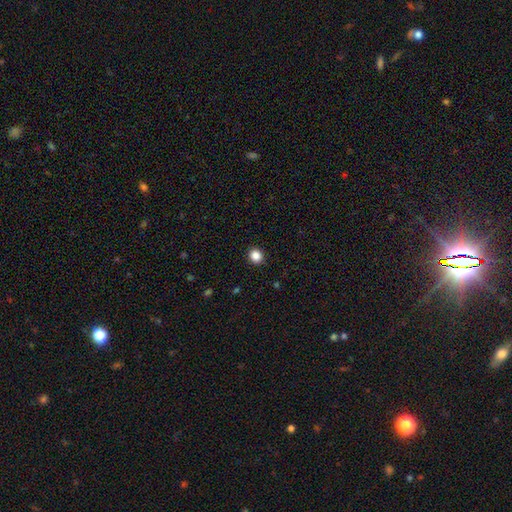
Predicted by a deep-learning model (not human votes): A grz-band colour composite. It shows a smooth galaxy with no disk features (86%) that is round (82%). Merging: none (93%).